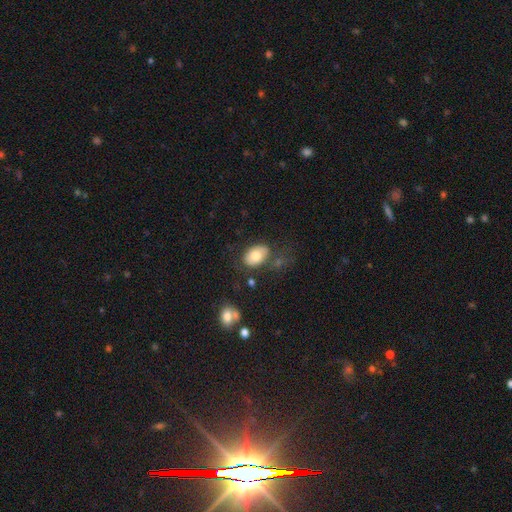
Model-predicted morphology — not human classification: smooth-or-featured: smooth: 74% | featured or disk: 19% | star or artifact: 7%
  how-rounded: in between: 85% | round: 14% | cigar-shaped: 1%
  merging: none: 71% | minor disturbance: 17% | major disturbance: 6% | merger: 6%